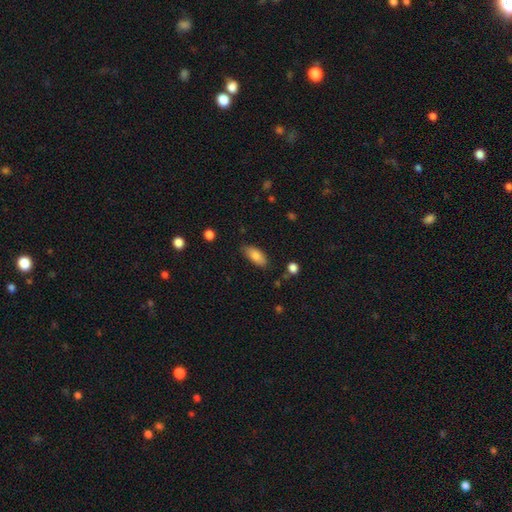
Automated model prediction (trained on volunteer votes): This appears to be a smooth galaxy with no disk features (82%) that is in between round and cigar-shaped (85%). Merging: none (79%).